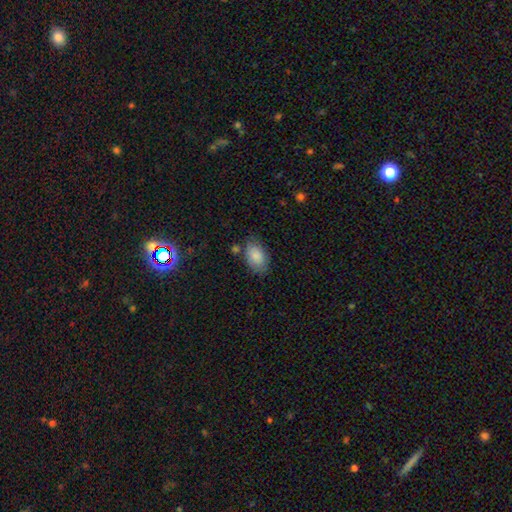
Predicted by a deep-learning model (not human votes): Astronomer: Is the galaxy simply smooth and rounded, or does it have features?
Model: smooth — 86%.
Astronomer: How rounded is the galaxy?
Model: in between — 91%.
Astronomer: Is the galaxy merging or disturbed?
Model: none — 70%.